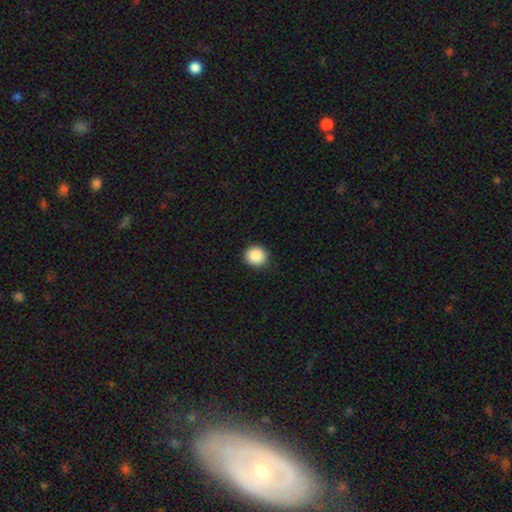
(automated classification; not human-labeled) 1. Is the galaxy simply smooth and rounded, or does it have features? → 88% smooth, 9% star or artifact, 3% featured or disk.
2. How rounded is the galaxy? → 89% round, 10% in between, 1% cigar-shaped.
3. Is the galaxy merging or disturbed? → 90% none, 7% minor disturbance, 2% major disturbance, 1% merger.